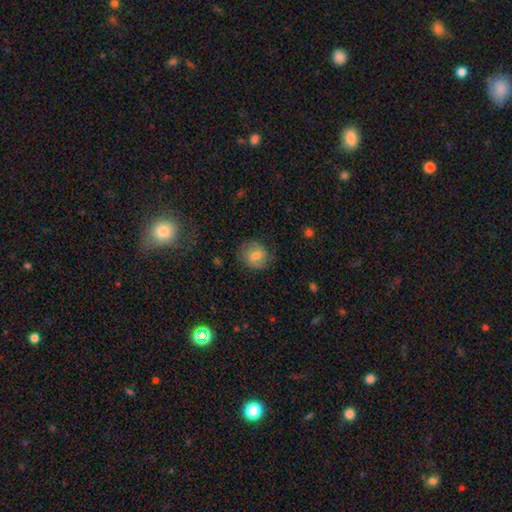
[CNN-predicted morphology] Smooth or featured: smooth — 58% (featured or disk — 32%)
How rounded: round — 77% (in between — 22%)
Merging: none — 76% (minor disturbance — 17%)